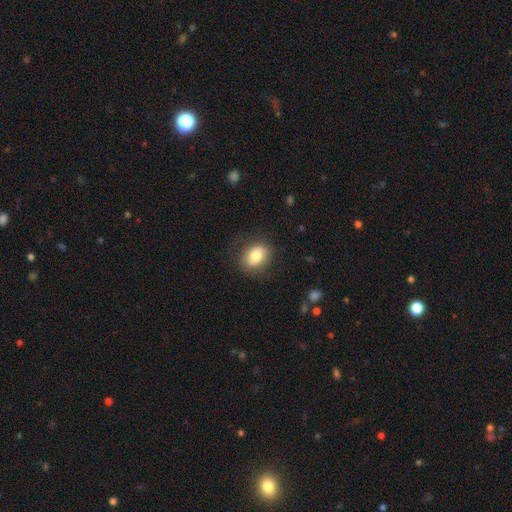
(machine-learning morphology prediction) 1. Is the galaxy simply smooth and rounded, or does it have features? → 80% smooth, 12% featured or disk, 8% star or artifact.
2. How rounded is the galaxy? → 70% in between, 29% round, 1% cigar-shaped.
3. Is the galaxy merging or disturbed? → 82% none, 13% minor disturbance, 4% major disturbance, 1% merger.